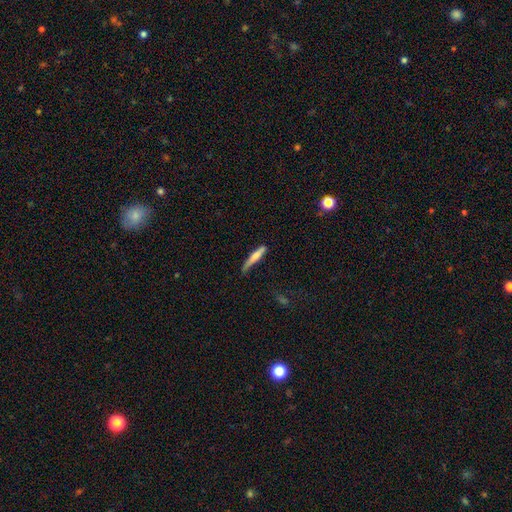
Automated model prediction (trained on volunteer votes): A smooth galaxy with no disk features (64%) that is cigar-shaped (91%). Merging: none (59%).